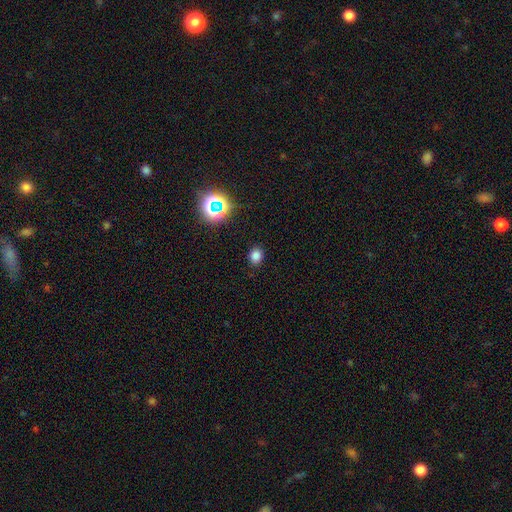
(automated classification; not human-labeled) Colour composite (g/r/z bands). It shows a smooth galaxy with no disk features (77%) that is round (59%). Merging: none (89%).